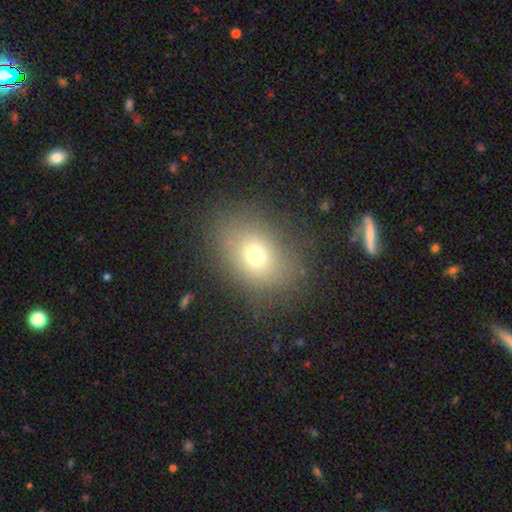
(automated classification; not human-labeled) Overall: smooth (69%). How rounded: in between (65%; round 34%). Merging: none (79%).